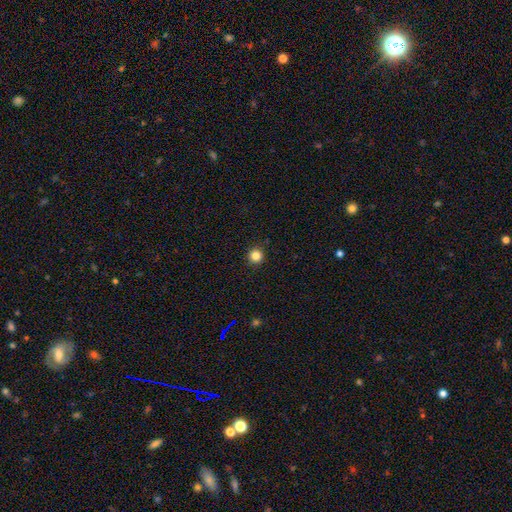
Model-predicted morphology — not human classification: Overall: smooth (84%). How rounded: round (95%). Merging: none (91%).